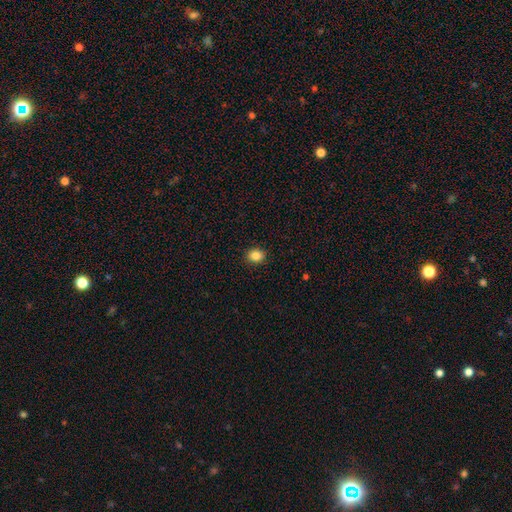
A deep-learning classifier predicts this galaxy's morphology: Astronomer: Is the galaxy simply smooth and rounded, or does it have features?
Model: smooth — 85%.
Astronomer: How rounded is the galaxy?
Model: round — 60% (runner-up: in between, 39%).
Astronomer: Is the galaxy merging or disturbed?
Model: none — 91%.